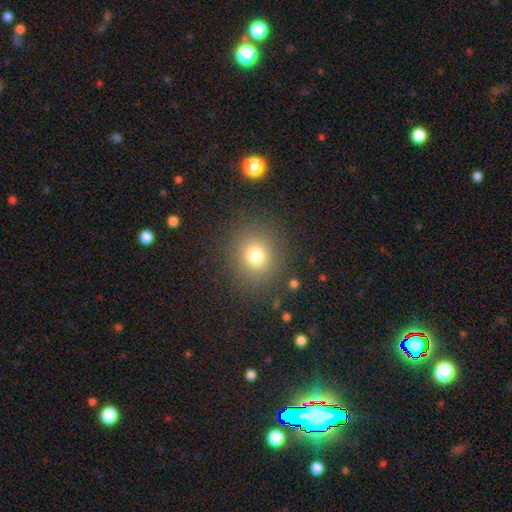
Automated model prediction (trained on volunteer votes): smooth_or_featured: smooth (p=0.76) [alt: star or artifact p=0.15]
how_rounded: round (p=0.83) [alt: in between p=0.16]
merging: none (p=0.87) [alt: minor disturbance p=0.08]